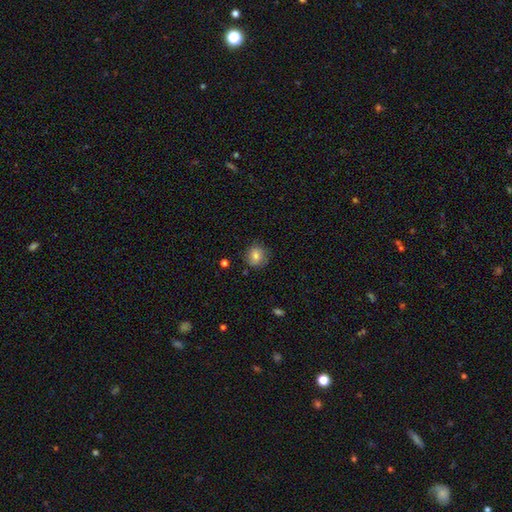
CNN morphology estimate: Smooth or featured? Predicted: smooth (p=0.76). How rounded? Predicted: round (p=0.85). Merging? Predicted: none (p=0.80).